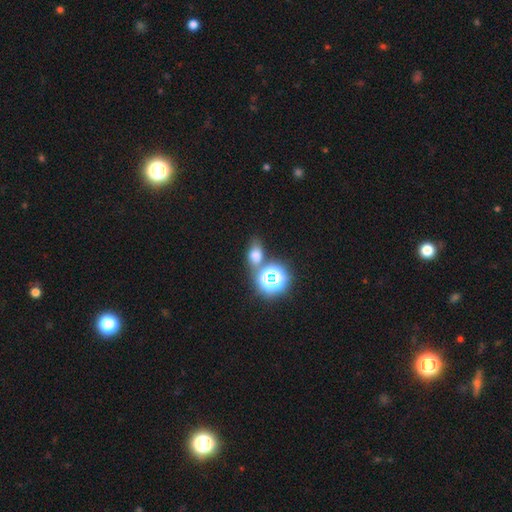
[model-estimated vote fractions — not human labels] This appears to be a smooth galaxy with no disk features (62%) that is in between round and cigar-shaped (60%). Merging: none (63%).